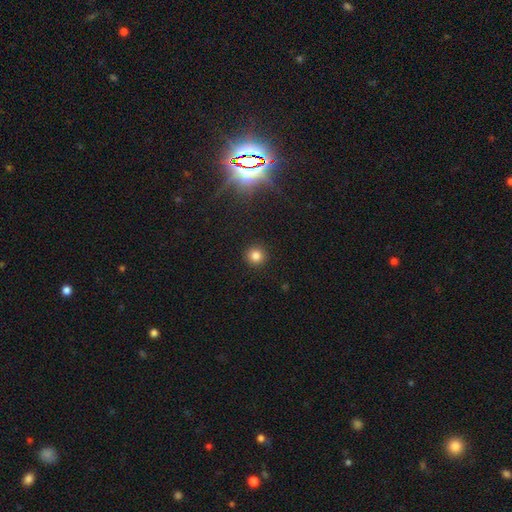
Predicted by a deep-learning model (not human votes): smooth_or_featured: smooth (p=0.82) [alt: star or artifact p=0.13]
how_rounded: round (p=0.94) [alt: in between p=0.05]
merging: none (p=0.92) [alt: minor disturbance p=0.05]